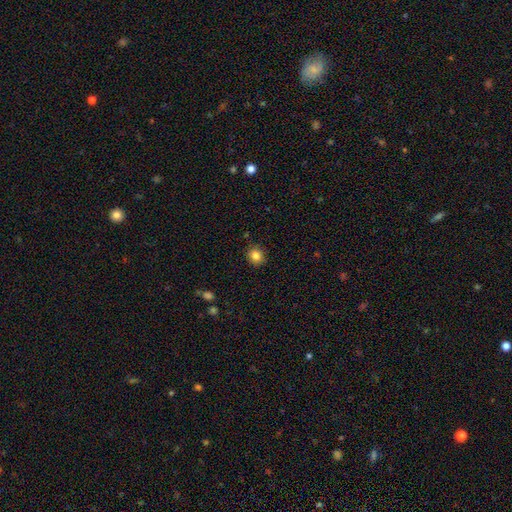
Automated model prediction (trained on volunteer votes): A smooth galaxy with no disk features (83%) that is round (82%).

Vote fractions:
- Smooth or featured? smooth: 83% / star or artifact: 11% / featured or disk: 6%
- How rounded? round: 82% / in between: 17% / cigar-shaped: 1%
- Merging? none: 90% / minor disturbance: 7% / major disturbance: 2% / merger: 1%